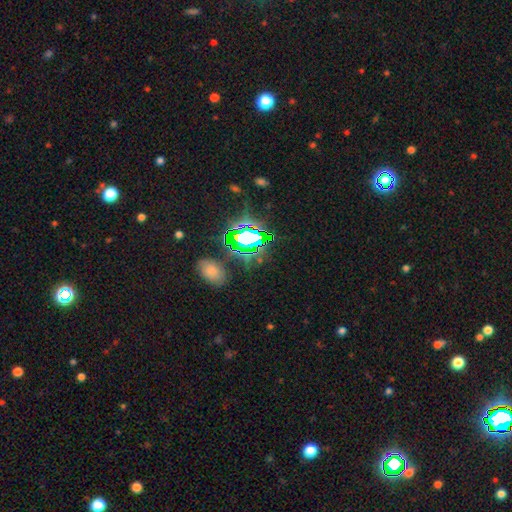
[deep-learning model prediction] Smooth or featured? Predicted: star or artifact (p=0.74).